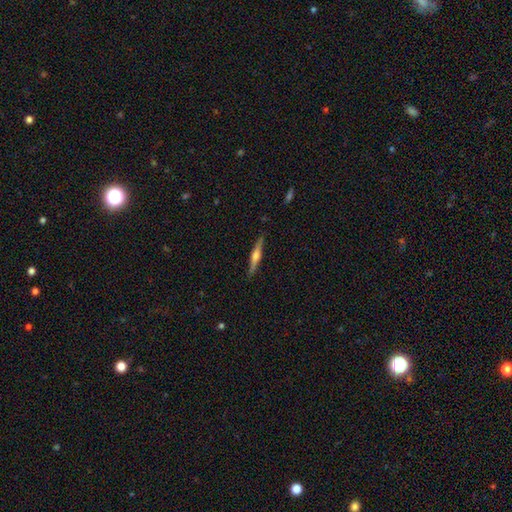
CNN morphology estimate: The model was most divided on "smooth or featured": featured or disk: 69%, smooth: 25%, star or artifact: 6%. More confident: edge-on disk — yes (98%); edge-on bulge — rounded (90%); merging — none (89%).